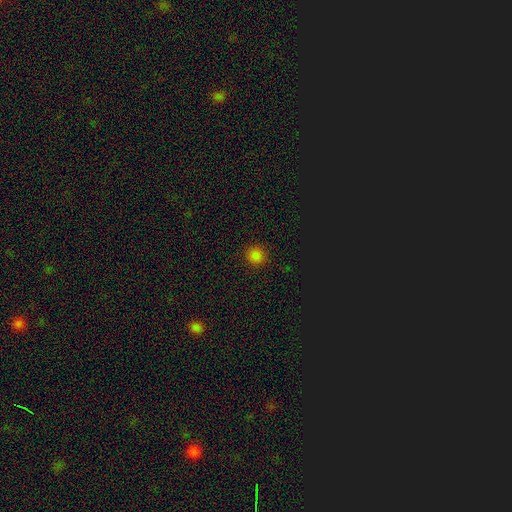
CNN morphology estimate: Smooth or featured? smooth (81%)
How rounded? round (91%)
Merging? none (91%)